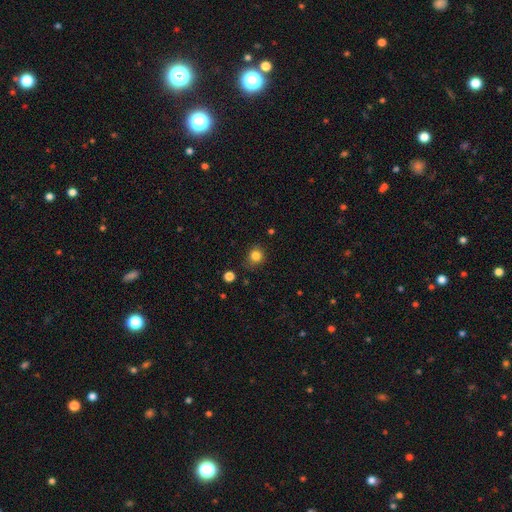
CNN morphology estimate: Smooth or featured? Predicted: smooth (p=0.83). How rounded? Predicted: round (p=0.79). Merging? Predicted: none (p=0.77).